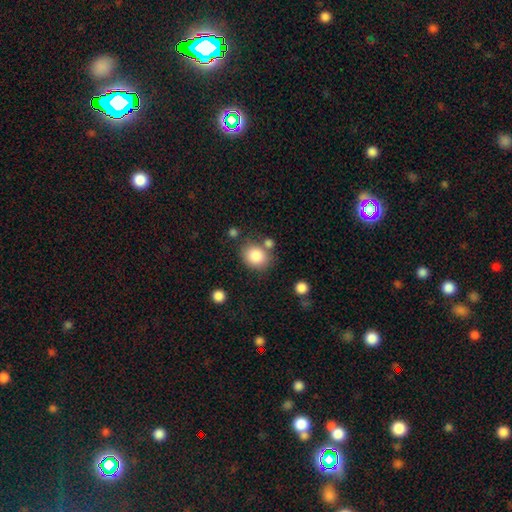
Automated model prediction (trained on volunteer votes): A smooth galaxy with no disk features (84%) that is round (61%). Merging: none (69%).